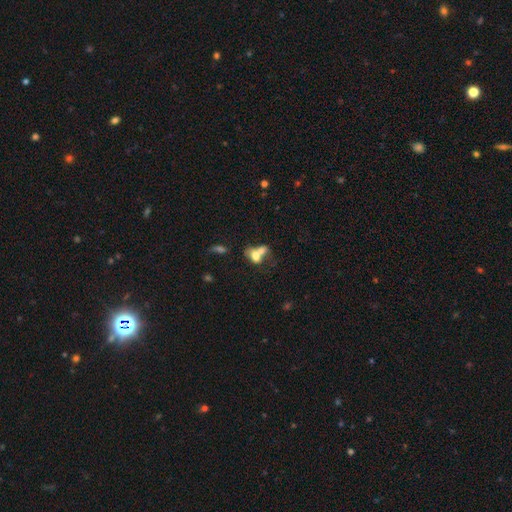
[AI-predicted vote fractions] A smooth galaxy with no disk features (66%) that is in between round and cigar-shaped (70%). Merging: merger (68%).